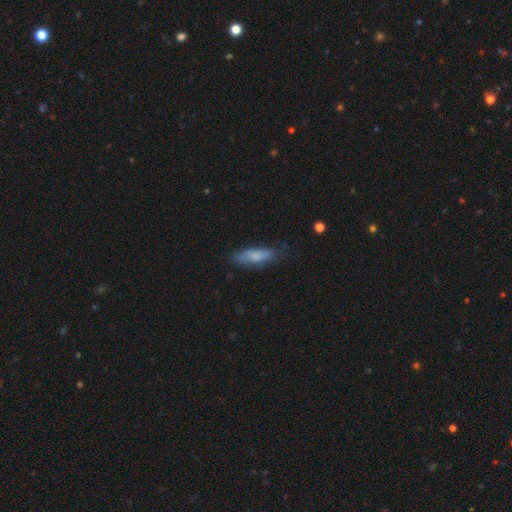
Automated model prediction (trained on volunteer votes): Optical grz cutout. It shows a smooth galaxy with no disk features (73%) that is cigar-shaped (50%). Merging: none (69%).